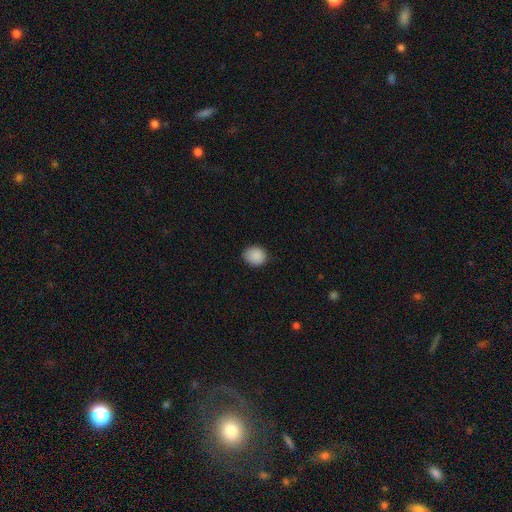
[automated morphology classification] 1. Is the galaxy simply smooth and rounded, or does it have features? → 89% smooth, 8% star or artifact, 3% featured or disk.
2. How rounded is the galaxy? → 70% round, 29% in between, 1% cigar-shaped.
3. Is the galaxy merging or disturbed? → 83% none, 13% minor disturbance, 2% major disturbance, 1% merger.